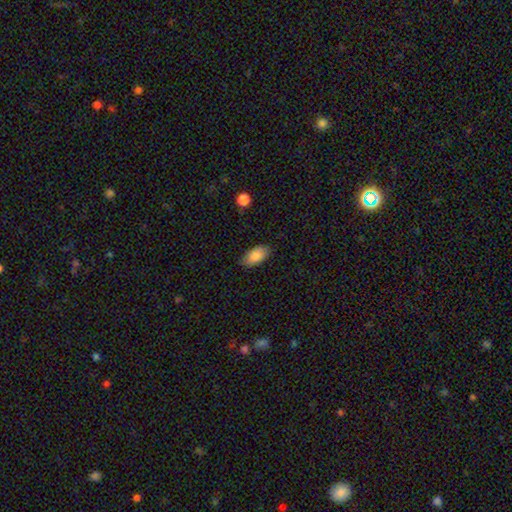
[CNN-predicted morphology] A smooth galaxy with no disk features (86%) that is in between round and cigar-shaped (93%).

Vote fractions:
- Smooth or featured? smooth: 86% / featured or disk: 7% / star or artifact: 7%
- How rounded? in between: 93% / cigar-shaped: 4% / round: 3%
- Merging? none: 83% / minor disturbance: 13% / major disturbance: 3% / merger: 1%